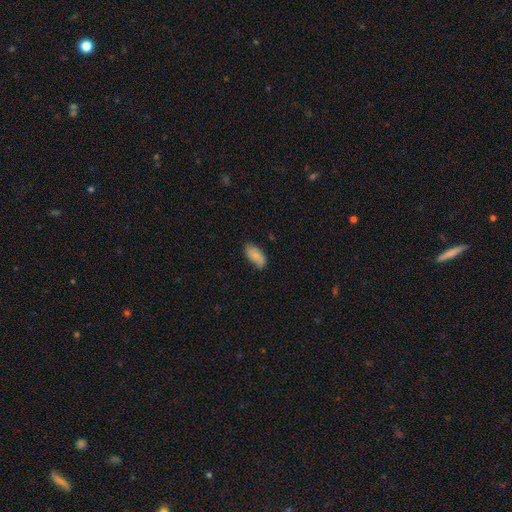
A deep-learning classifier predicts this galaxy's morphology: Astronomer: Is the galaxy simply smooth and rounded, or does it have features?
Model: smooth — 80%.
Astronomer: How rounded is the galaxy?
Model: in between — 93%.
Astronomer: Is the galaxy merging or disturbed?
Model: none — 73%.